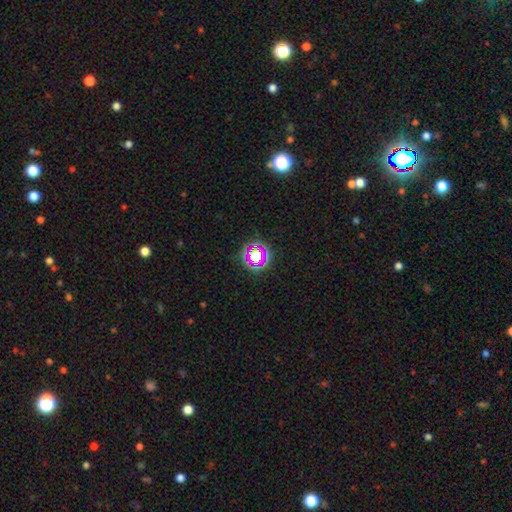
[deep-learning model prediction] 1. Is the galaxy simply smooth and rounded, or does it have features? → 55% star or artifact, 30% smooth, 14% featured or disk.